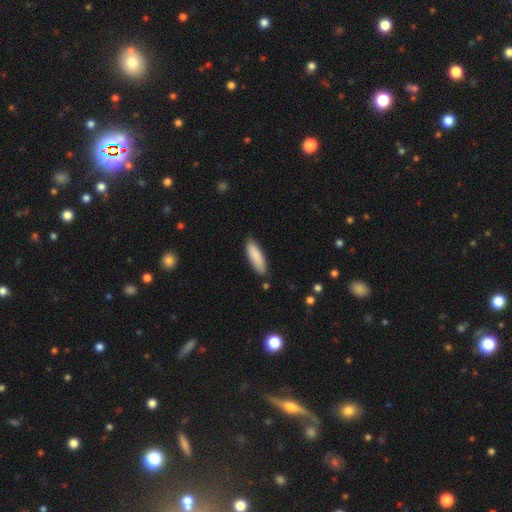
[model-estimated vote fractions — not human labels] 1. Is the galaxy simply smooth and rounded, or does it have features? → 88% smooth, 7% featured or disk, 5% star or artifact.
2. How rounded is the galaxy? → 50% cigar-shaped, 49% in between, 1% round.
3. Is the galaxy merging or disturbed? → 83% none, 13% minor disturbance, 2% major disturbance, 2% merger.